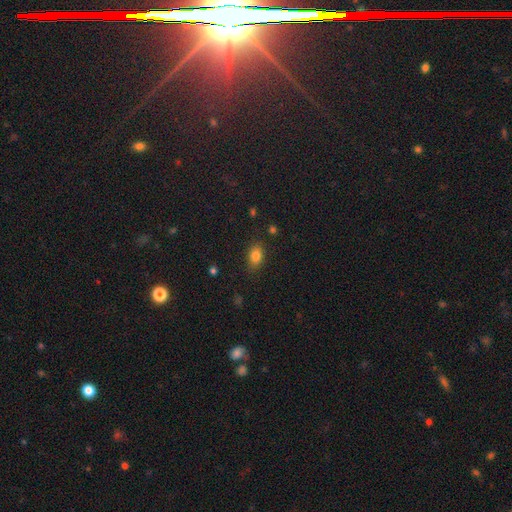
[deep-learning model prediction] This is clearly a smooth galaxy (82%). How rounded: likely in between (78%). Merging: clearly none (82%).